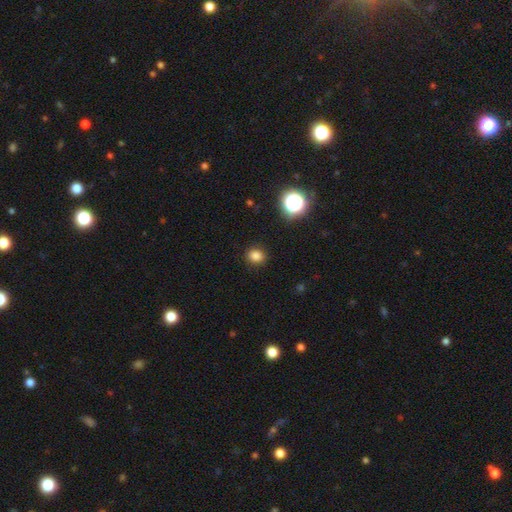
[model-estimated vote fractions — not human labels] Smooth or featured? Predicted: smooth (p=0.82). How rounded? Predicted: round (p=0.74). Merging? Predicted: none (p=0.90).